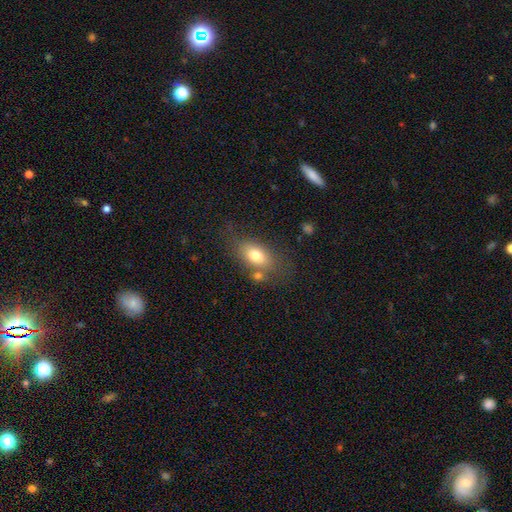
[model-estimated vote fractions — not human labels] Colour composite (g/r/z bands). It shows a smooth galaxy with no disk features (74%) that is in between round and cigar-shaped (83%). Merging: none (64%).